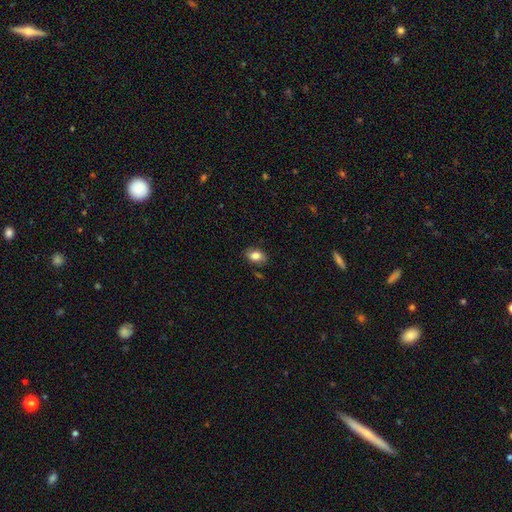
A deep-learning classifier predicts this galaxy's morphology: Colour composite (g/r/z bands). It shows a smooth galaxy with no disk features (80%) that is in between round and cigar-shaped (84%). Merging: none (82%).